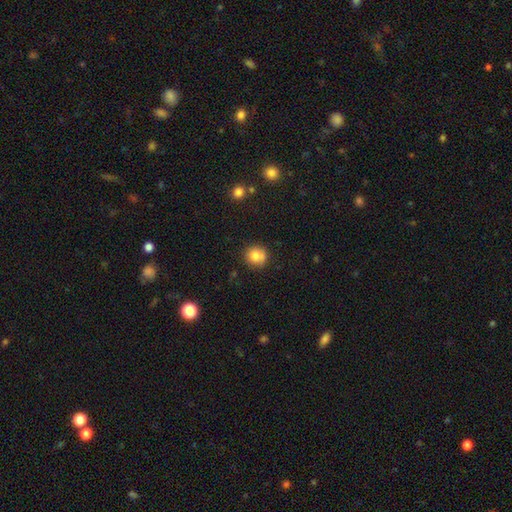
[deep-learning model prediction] Morphology: type=smooth (79%); roundness=round (92%); merging=none (76%).